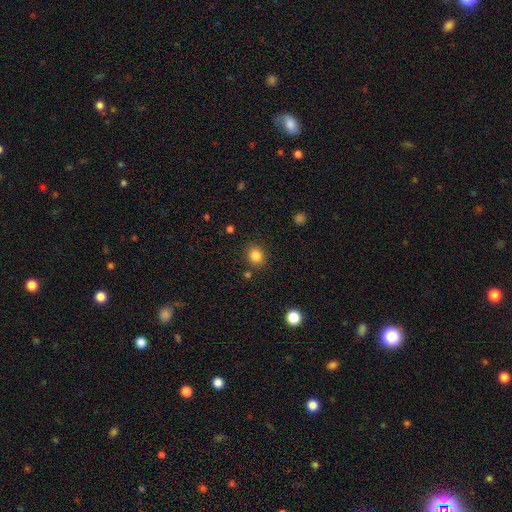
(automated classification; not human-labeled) A smooth galaxy with no disk features (83%) that is round (76%).

Vote fractions:
- Smooth or featured? smooth: 83% / star or artifact: 12% / featured or disk: 5%
- How rounded? round: 76% / in between: 23% / cigar-shaped: 1%
- Merging? none: 85% / minor disturbance: 8% / merger: 4% / major disturbance: 3%